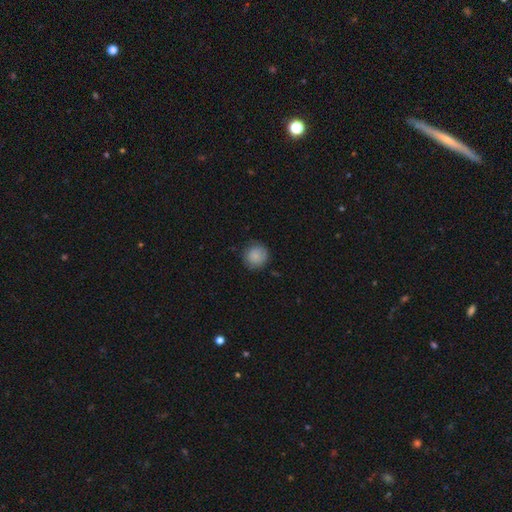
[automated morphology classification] type=smooth (82%); roundness=round (92%); merging=none (82%).